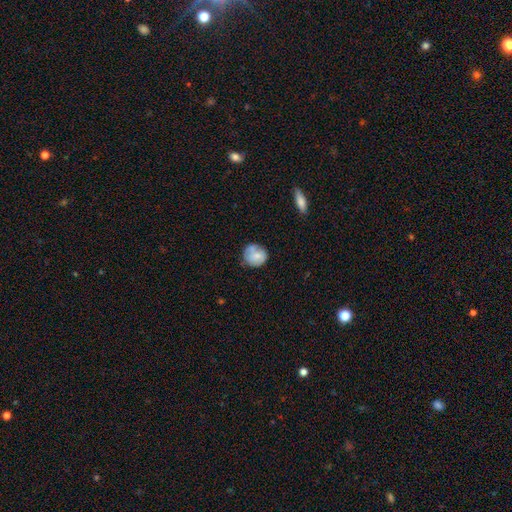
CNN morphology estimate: Smooth or featured: smooth — 67% (featured or disk — 25%)
How rounded: round — 82% (in between — 17%)
Merging: none — 60% (minor disturbance — 25%)